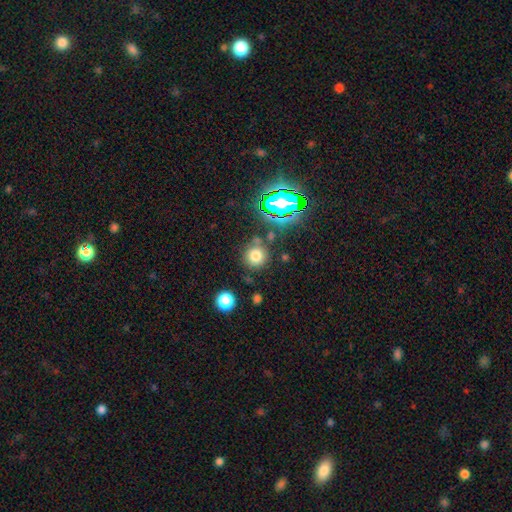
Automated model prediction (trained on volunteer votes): A smooth galaxy with no disk features (72%) that is round (93%). Merging: none (78%).